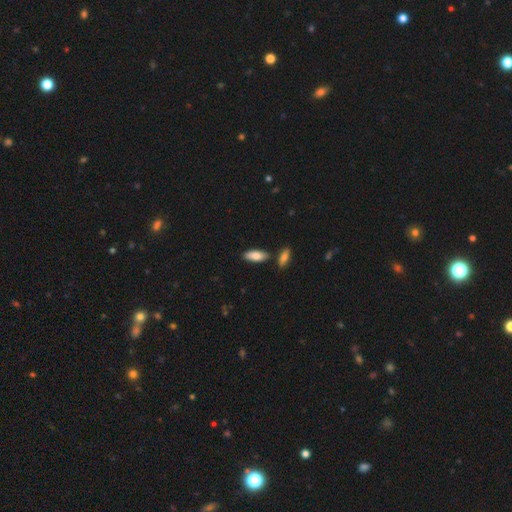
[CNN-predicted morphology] The model was most divided on "how rounded": in between: 78%, cigar-shaped: 20%, round: 2%. More confident: smooth or featured — smooth (84%); merging — none (79%).